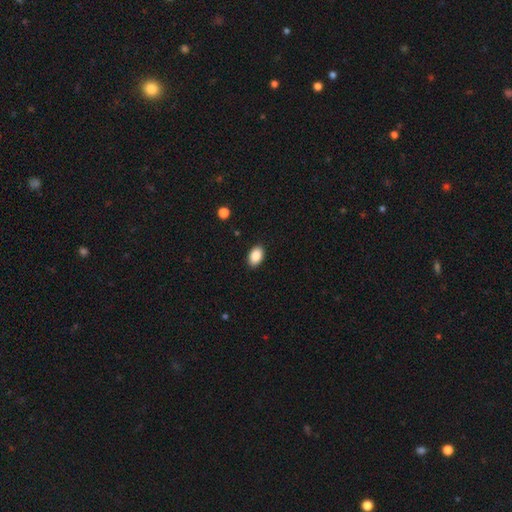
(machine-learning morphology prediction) smooth 89%, star or artifact 7%, featured or disk 4%. Down the decision tree: how rounded — in between (90%); merging — none (89%).